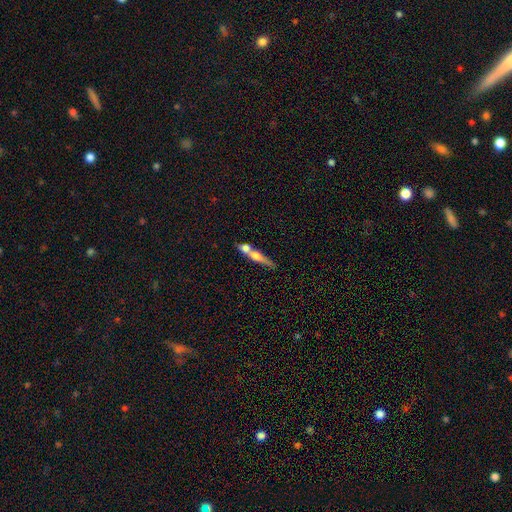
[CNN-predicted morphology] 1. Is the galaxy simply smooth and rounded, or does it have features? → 47% featured or disk, 44% smooth, 8% star or artifact.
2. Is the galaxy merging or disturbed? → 53% merger, 32% none, 9% minor disturbance, 6% major disturbance.